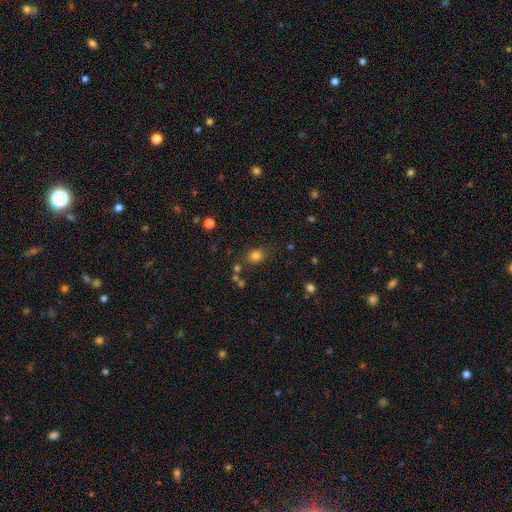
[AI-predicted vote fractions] smooth 79%, star or artifact 14%, featured or disk 7%. Down the decision tree: how rounded — in between (54%); merging — none (77%).